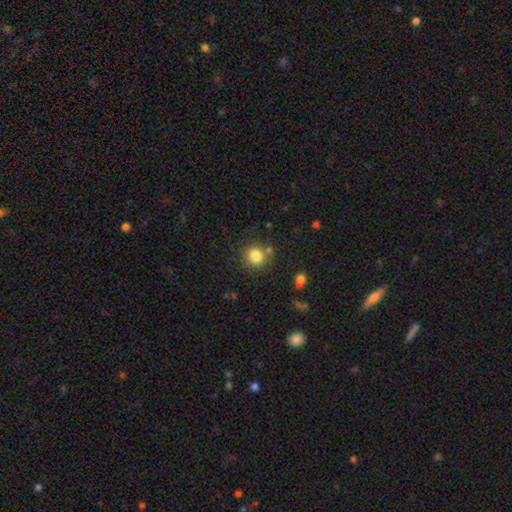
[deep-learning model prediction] smooth_or_featured: smooth (p=0.82) [alt: star or artifact p=0.12]
how_rounded: round (p=0.89) [alt: in between p=0.10]
merging: none (p=0.78) [alt: minor disturbance p=0.10]